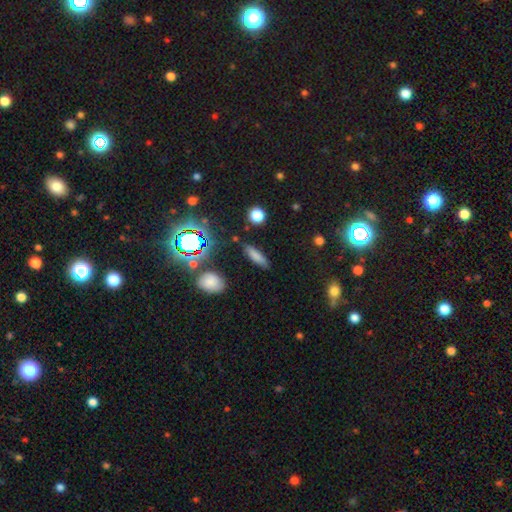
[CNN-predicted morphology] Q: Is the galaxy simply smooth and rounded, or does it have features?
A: smooth — 73%.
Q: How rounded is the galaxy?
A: cigar-shaped — 56%.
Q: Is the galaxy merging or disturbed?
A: none — 82%.